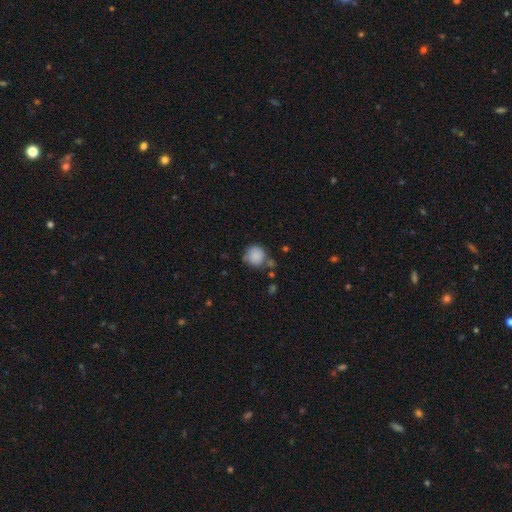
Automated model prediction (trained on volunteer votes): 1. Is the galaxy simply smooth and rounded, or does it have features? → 85% smooth, 9% star or artifact, 7% featured or disk.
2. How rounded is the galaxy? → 89% round, 10% in between, 1% cigar-shaped.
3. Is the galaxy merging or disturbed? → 62% none, 22% minor disturbance, 10% merger, 6% major disturbance.